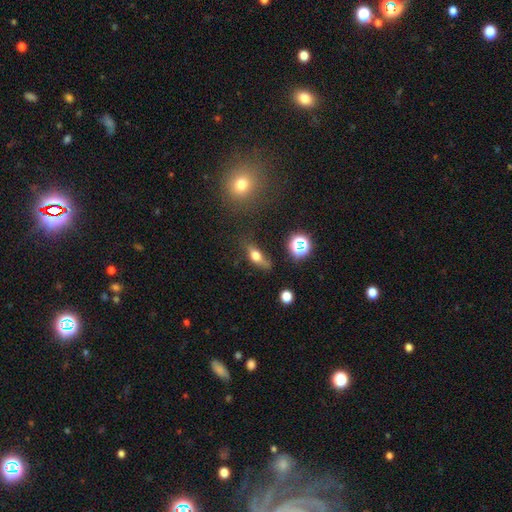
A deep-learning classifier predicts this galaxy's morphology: This is likely a smooth galaxy (62%). How rounded: likely in between (60%). Merging: possibly none (58%).